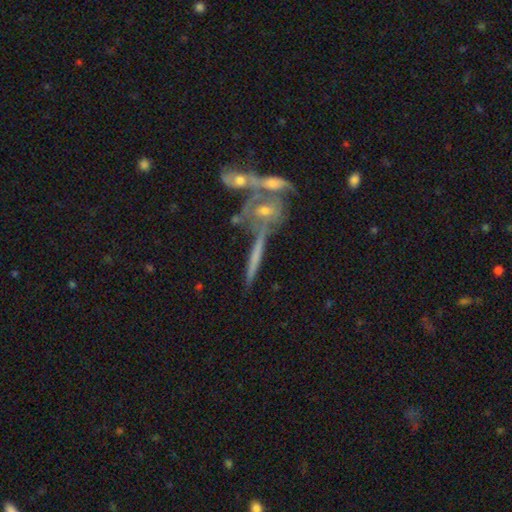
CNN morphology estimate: smooth_or_featured: featured or disk (p=0.56) [alt: smooth p=0.32]
disk_edge_on: yes (p=0.76) [alt: no p=0.24]
merging: none (p=0.50) [alt: merger p=0.33]